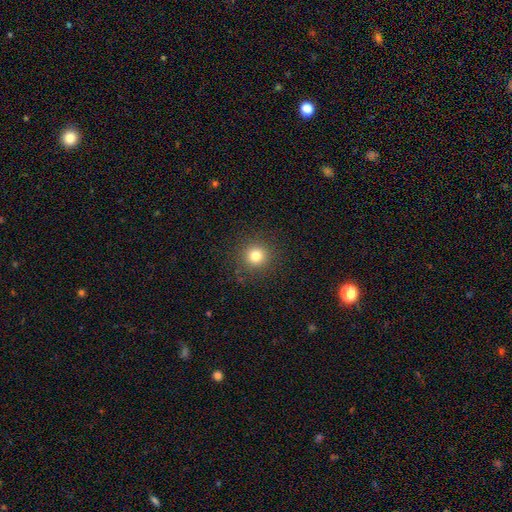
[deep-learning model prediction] smooth 80%, star or artifact 14%, featured or disk 6%. Down the decision tree: how rounded — round (94%); merging — none (90%).